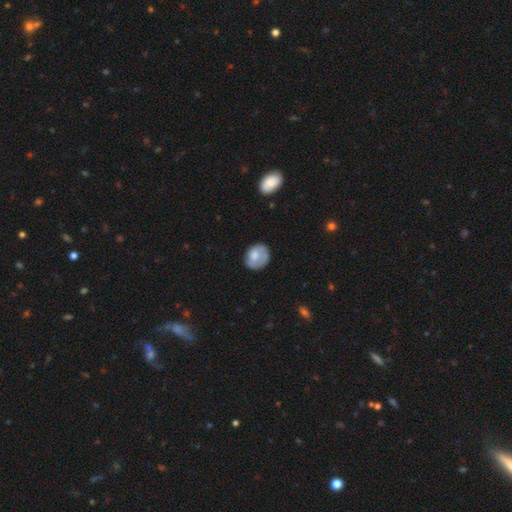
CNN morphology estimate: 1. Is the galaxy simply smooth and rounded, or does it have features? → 67% smooth, 26% featured or disk, 7% star or artifact.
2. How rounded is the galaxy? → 64% round, 35% in between, 1% cigar-shaped.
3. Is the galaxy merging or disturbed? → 64% none, 25% minor disturbance, 9% major disturbance, 2% merger.